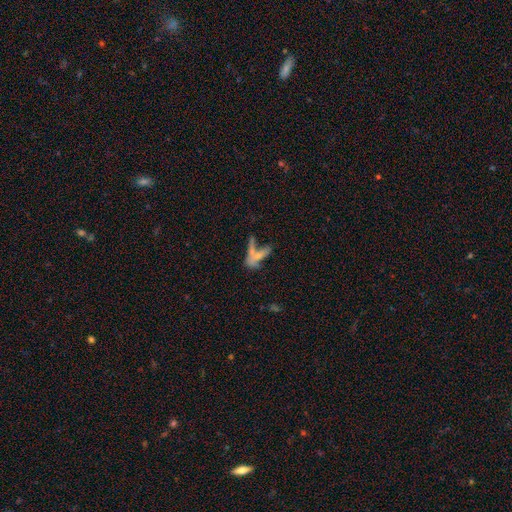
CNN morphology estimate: This appears to be a smooth galaxy with no disk features (53%) that is cigar-shaped (56%). Merging: merger (47%).